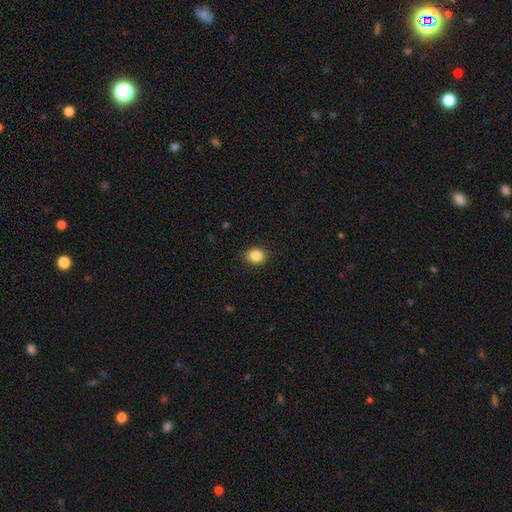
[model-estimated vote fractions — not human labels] Smooth or featured: smooth — 86% (star or artifact — 10%)
How rounded: round — 54% (in between — 45%)
Merging: none — 90% (minor disturbance — 7%)